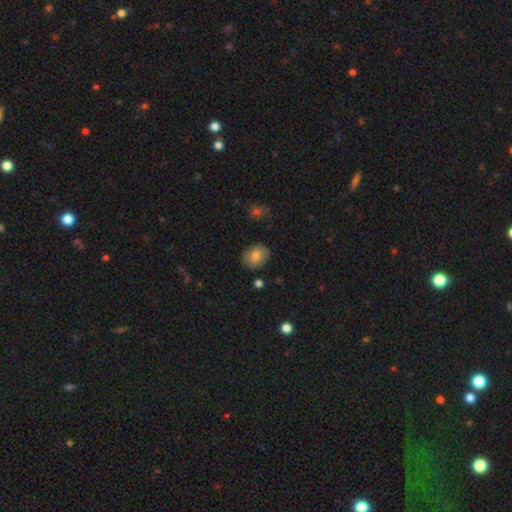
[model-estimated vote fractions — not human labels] Smooth or featured?
  - smooth: 77% *
  - featured or disk: 15%
  - star or artifact: 8%
How rounded?
  - in between: 52% *
  - round: 47%
  - cigar-shaped: 1%
Merging?
  - none: 82% *
  - minor disturbance: 14%
  - major disturbance: 3%
  - merger: 2%